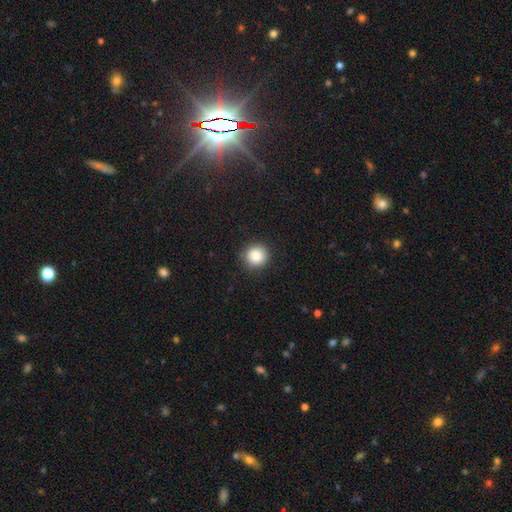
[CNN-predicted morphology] A smooth galaxy with no disk features (84%) that is round (92%).

Vote fractions:
- Smooth or featured? smooth: 84% / star or artifact: 10% / featured or disk: 6%
- How rounded? round: 92% / in between: 7% / cigar-shaped: 1%
- Merging? none: 89% / minor disturbance: 8% / major disturbance: 2% / merger: 1%